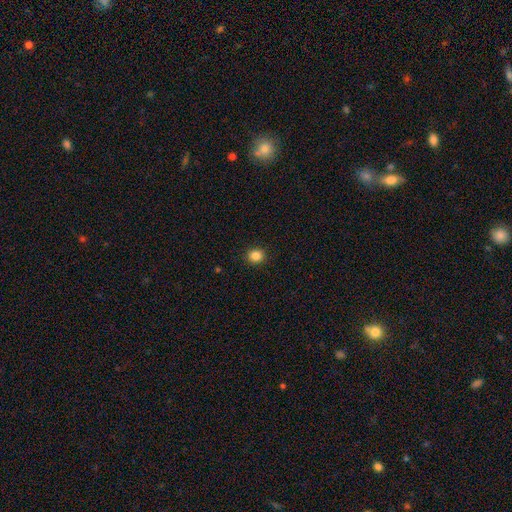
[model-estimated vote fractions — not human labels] smooth_or_featured: smooth (p=0.85) [alt: star or artifact p=0.11]
how_rounded: round (p=0.84) [alt: in between p=0.15]
merging: none (p=0.91) [alt: minor disturbance p=0.06]